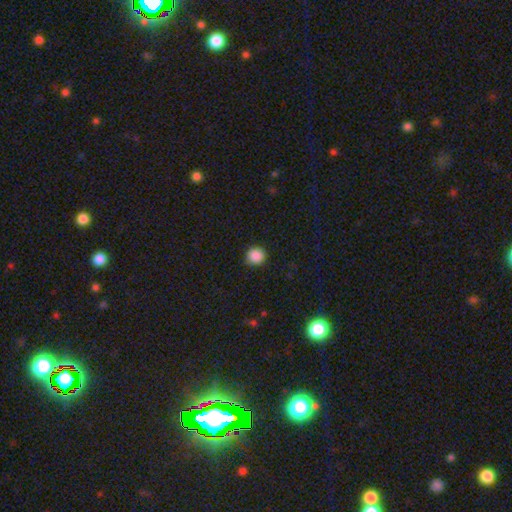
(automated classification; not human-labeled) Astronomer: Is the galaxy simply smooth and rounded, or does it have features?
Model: smooth — 88%.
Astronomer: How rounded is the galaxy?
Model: round — 93%.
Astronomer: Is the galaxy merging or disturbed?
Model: none — 91%.